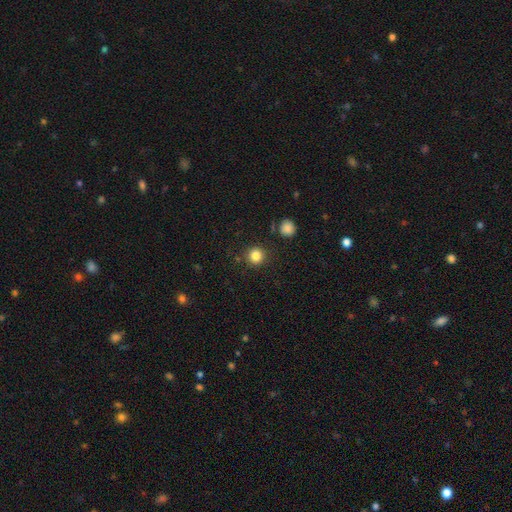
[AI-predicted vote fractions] Q: Smooth or featured?
A: smooth (84%); runner-up: star or artifact (12%)
Q: How rounded?
A: round (93%); runner-up: in between (6%)
Q: Merging?
A: none (88%); runner-up: minor disturbance (7%)